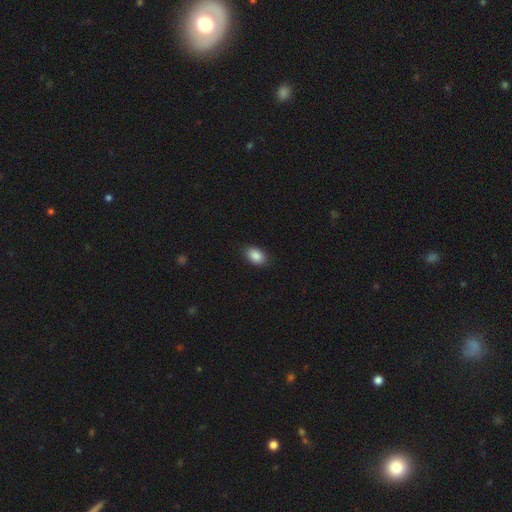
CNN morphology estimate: Q: Smooth or featured?
A: smooth (88%); runner-up: star or artifact (8%)
Q: How rounded?
A: in between (89%); runner-up: round (10%)
Q: Merging?
A: none (87%); runner-up: minor disturbance (10%)